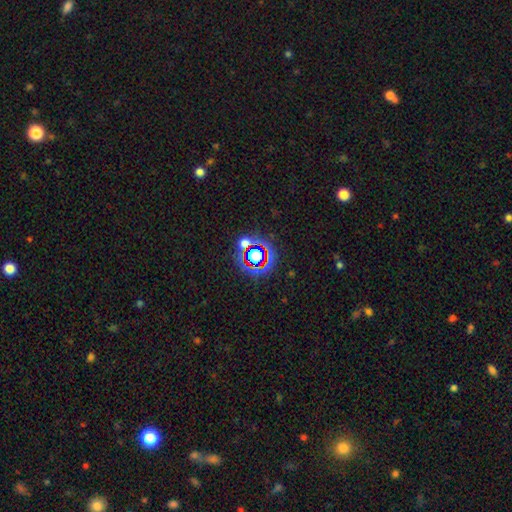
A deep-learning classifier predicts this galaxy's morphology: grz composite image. It shows a star or artifact, not a galaxy (59%).